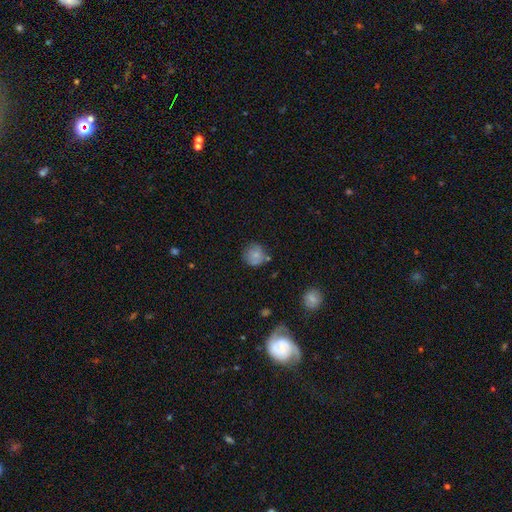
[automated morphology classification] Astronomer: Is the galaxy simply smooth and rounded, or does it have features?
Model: smooth — 78%.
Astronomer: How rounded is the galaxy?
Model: round — 90%.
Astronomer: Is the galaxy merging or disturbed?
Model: none — 69%.